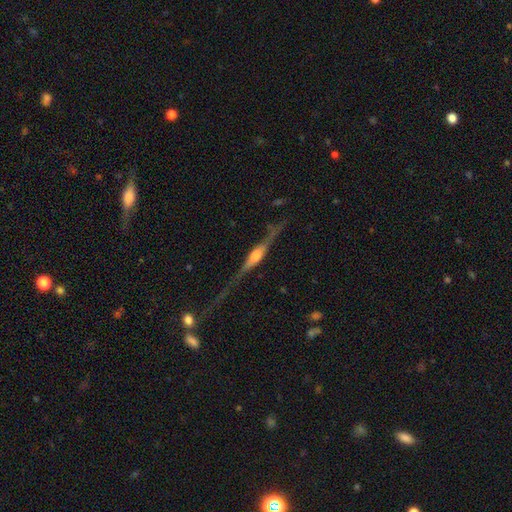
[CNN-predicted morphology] type=featured or disk (82%); edge-on=yes (96%); edge-on bulge=rounded (83%); merging=none (71%).